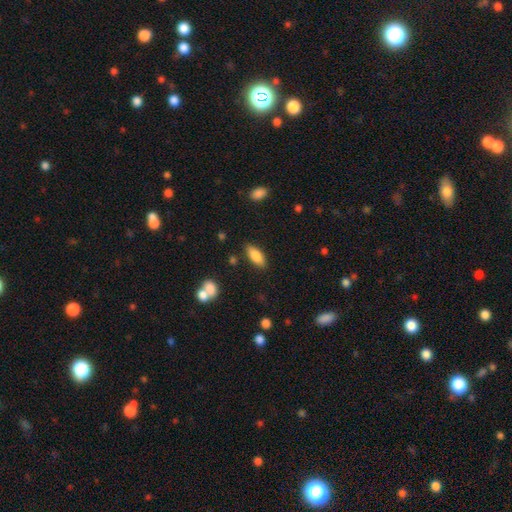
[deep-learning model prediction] smooth 81%, featured or disk 13%, star or artifact 7%. Down the decision tree: how rounded — in between (76%); merging — none (85%).